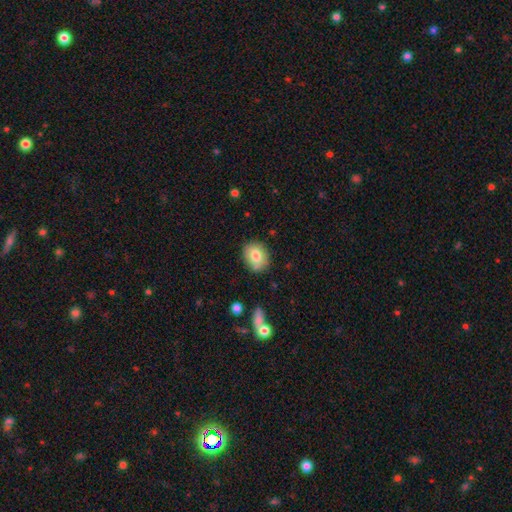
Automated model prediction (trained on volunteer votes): smooth-or-featured: smooth: 77% | featured or disk: 15% | star or artifact: 8%
  how-rounded: round: 51% | in between: 48% | cigar-shaped: 1%
  merging: none: 79% | minor disturbance: 15% | major disturbance: 3% | merger: 2%